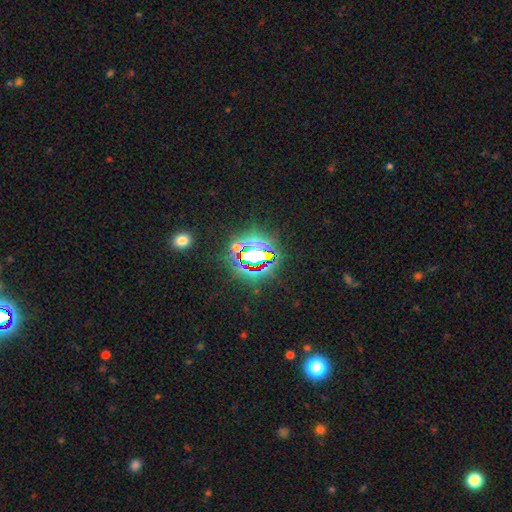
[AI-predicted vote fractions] Smooth or featured: star or artifact — 72% (smooth — 18%)